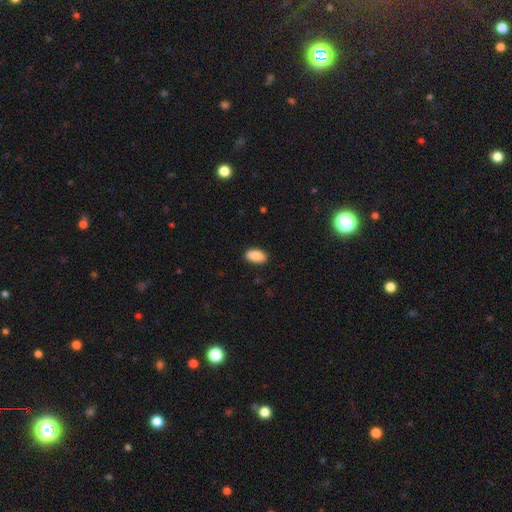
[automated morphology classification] Smooth or featured? Predicted: smooth (p=0.89). How rounded? Predicted: in between (p=0.93). Merging? Predicted: none (p=0.88).